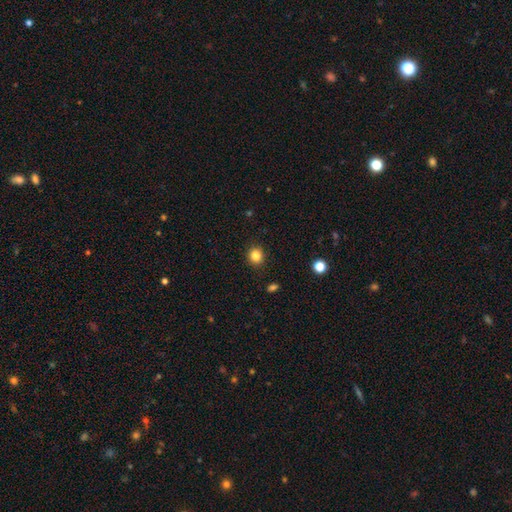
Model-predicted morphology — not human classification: smooth 84%, star or artifact 12%, featured or disk 4%. Down the decision tree: how rounded — round (86%); merging — none (91%).